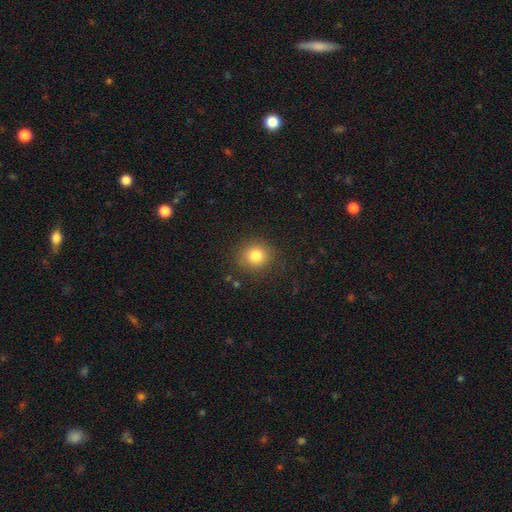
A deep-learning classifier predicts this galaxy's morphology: smooth_or_featured: smooth (p=0.81) [alt: star or artifact p=0.11]
how_rounded: round (p=0.81) [alt: in between p=0.18]
merging: none (p=0.85) [alt: minor disturbance p=0.10]